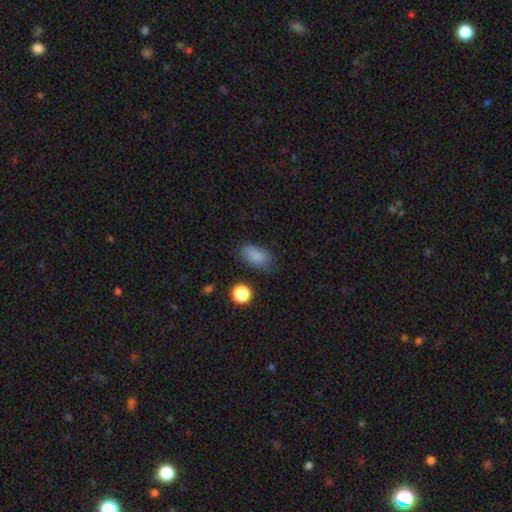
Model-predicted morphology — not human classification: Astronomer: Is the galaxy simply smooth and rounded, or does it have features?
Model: smooth — 84%.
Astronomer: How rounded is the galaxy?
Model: in between — 88%.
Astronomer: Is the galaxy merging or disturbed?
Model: none — 73%.